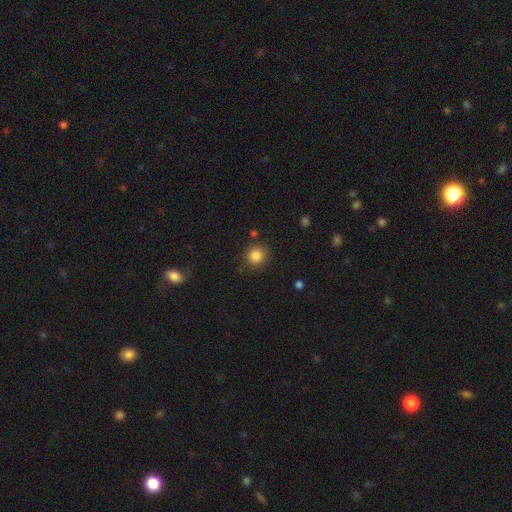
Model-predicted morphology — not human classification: Smooth or featured? smooth (84%)
How rounded? round (85%)
Merging? none (83%)